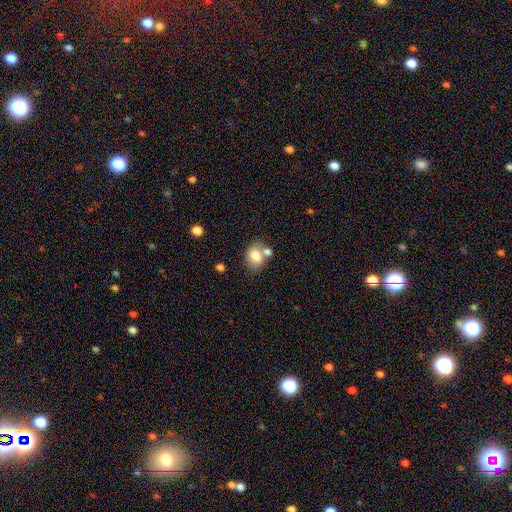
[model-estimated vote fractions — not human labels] Overall: smooth (78%). How rounded: in between (60%; round 39%). Merging: none (51%; merger 29%).